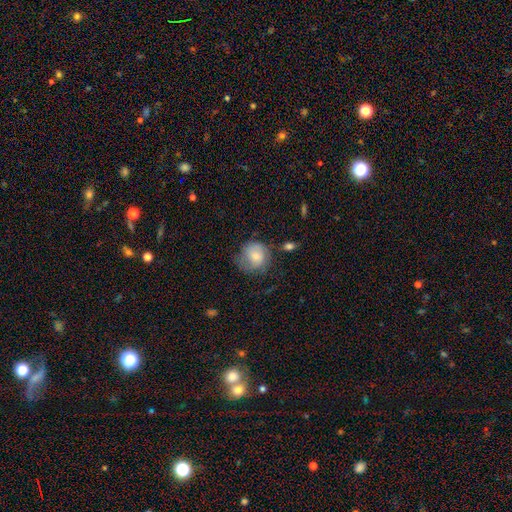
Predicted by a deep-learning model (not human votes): Smooth or featured? Predicted: smooth (p=0.70). How rounded? Predicted: round (p=0.81). Merging? Predicted: none (p=0.53).